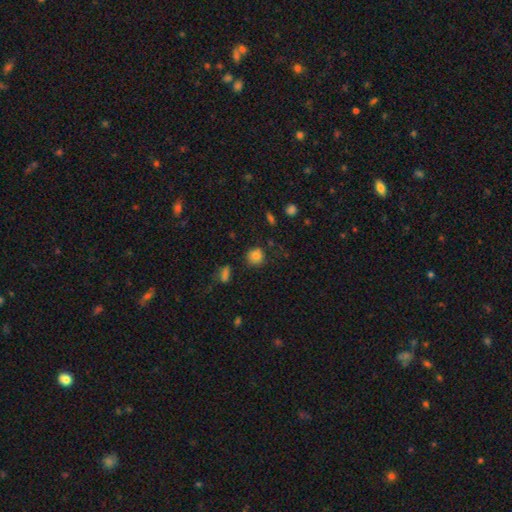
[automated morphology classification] This appears to be a smooth galaxy with no disk features (80%) that is round (88%). Merging: none (78%).